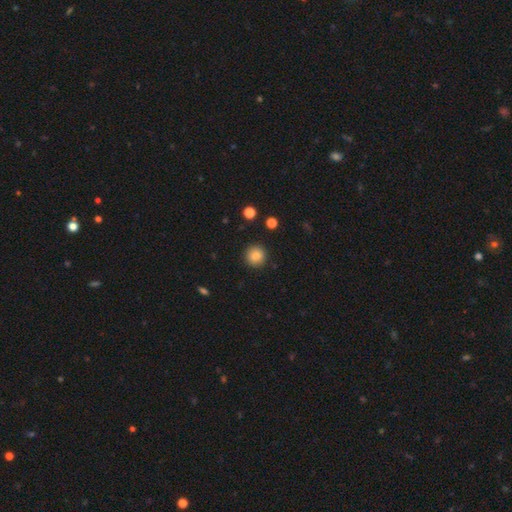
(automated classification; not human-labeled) Smooth or featured: smooth — 85% (star or artifact — 10%)
How rounded: round — 93% (in between — 7%)
Merging: none — 91% (minor disturbance — 6%)